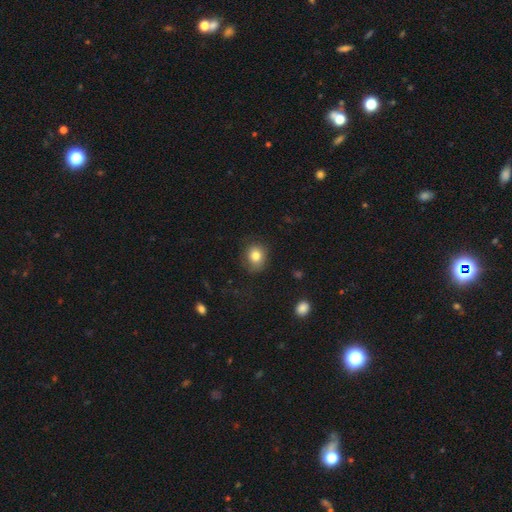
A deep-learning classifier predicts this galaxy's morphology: smooth 81%, star or artifact 10%, featured or disk 9%. Down the decision tree: how rounded — round (71%); merging — none (76%).